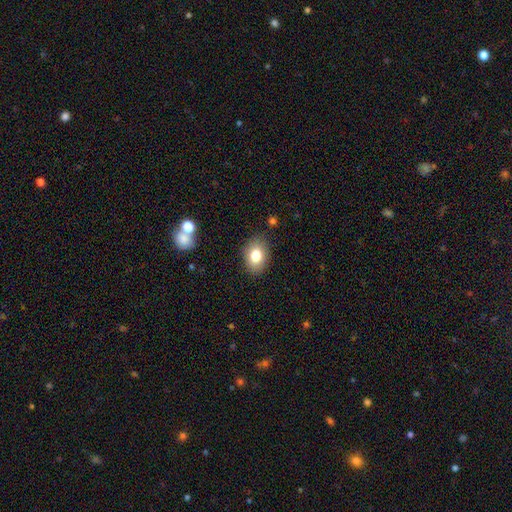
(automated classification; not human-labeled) This is likely a smooth galaxy (80%). How rounded: likely in between (73%). Merging: clearly none (85%).